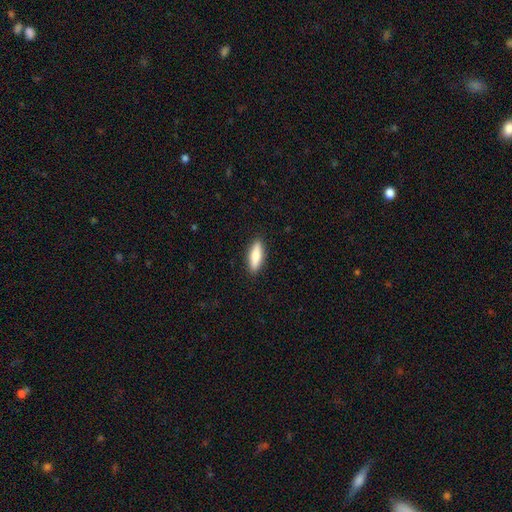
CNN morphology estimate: smooth-or-featured: smooth: 76% | featured or disk: 19% | star or artifact: 6%
  how-rounded: cigar-shaped: 53% | in between: 45% | round: 2%
  merging: none: 90% | minor disturbance: 8% | major disturbance: 2% | merger: 1%